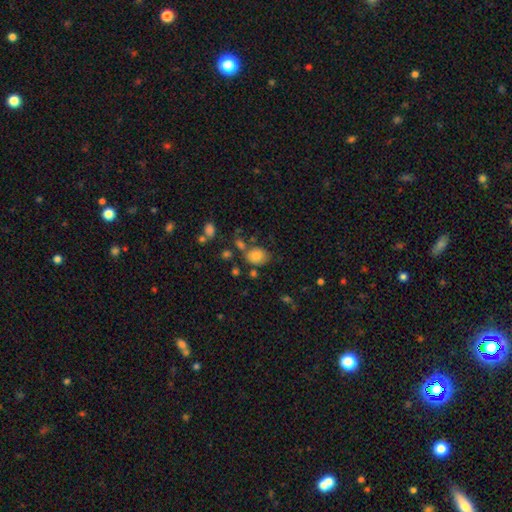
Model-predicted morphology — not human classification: Overall: smooth (81%). How rounded: in between (57%; round 42%). Merging: none (63%).